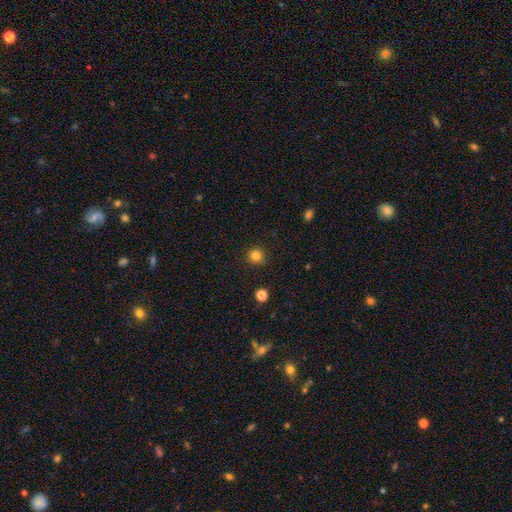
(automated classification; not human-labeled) Smooth or featured?
  - smooth: 83% *
  - star or artifact: 13%
  - featured or disk: 5%
How rounded?
  - round: 94% *
  - in between: 5%
  - cigar-shaped: 1%
Merging?
  - none: 90% *
  - minor disturbance: 7%
  - major disturbance: 2%
  - merger: 1%